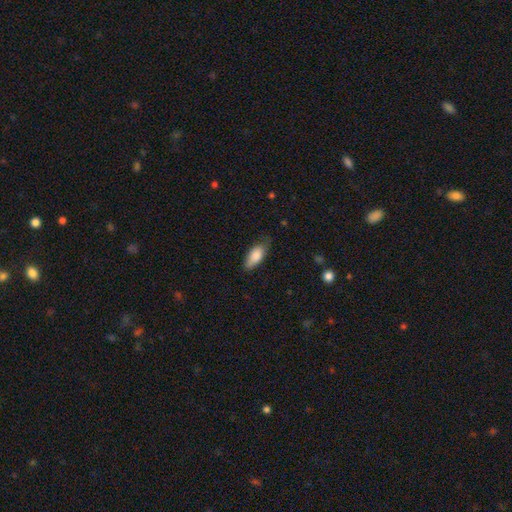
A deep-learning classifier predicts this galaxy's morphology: Smooth or featured? smooth (85%)
How rounded? in between (85%)
Merging? none (70%)